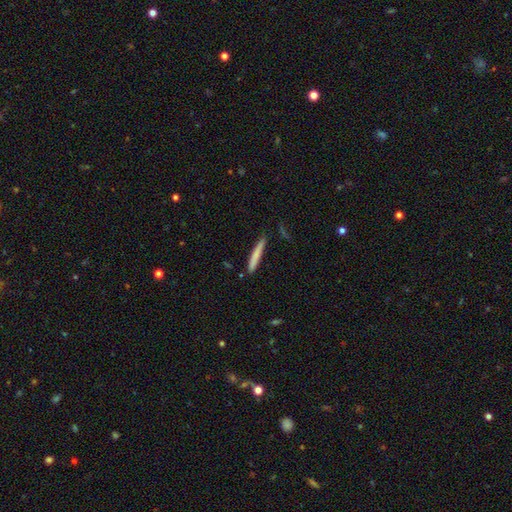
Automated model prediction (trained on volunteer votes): A smooth galaxy with no disk features (75%) that is cigar-shaped (96%).

Vote fractions:
- Smooth or featured? smooth: 75% / featured or disk: 19% / star or artifact: 6%
- How rounded? cigar-shaped: 96% / in between: 3% / round: 1%
- Merging? none: 82% / minor disturbance: 13% / merger: 3% / major disturbance: 2%